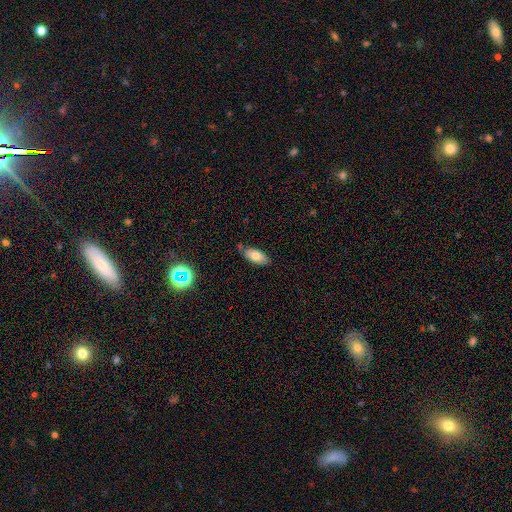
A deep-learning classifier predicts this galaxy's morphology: smooth-or-featured: smooth: 74% | featured or disk: 17% | star or artifact: 9%
  how-rounded: in between: 87% | cigar-shaped: 10% | round: 3%
  merging: none: 76% | minor disturbance: 18% | merger: 4% | major disturbance: 3%